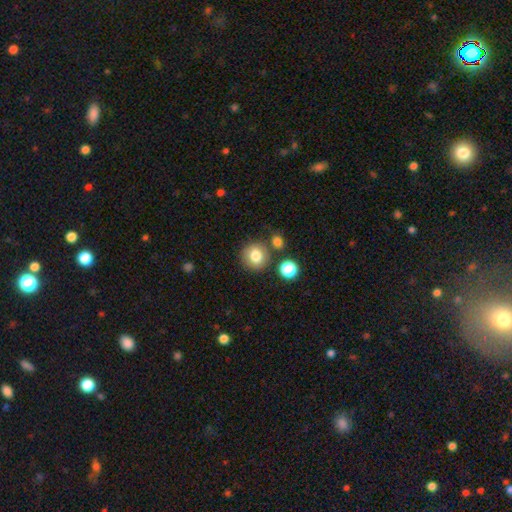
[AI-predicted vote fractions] A smooth galaxy with no disk features (79%) that is round (91%).

Vote fractions:
- Smooth or featured? smooth: 79% / star or artifact: 11% / featured or disk: 11%
- How rounded? round: 91% / in between: 9% / cigar-shaped: 1%
- Merging? none: 78% / minor disturbance: 10% / merger: 9% / major disturbance: 3%